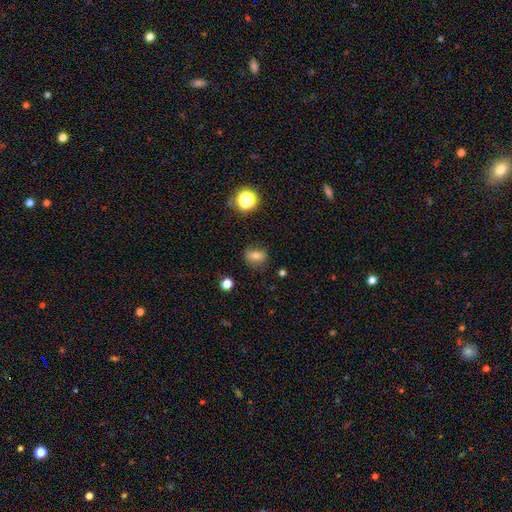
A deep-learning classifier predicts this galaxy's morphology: smooth_or_featured: smooth (p=0.72) [alt: featured or disk p=0.15]
how_rounded: in between (p=0.63) [alt: round p=0.33]
merging: none (p=0.76) [alt: minor disturbance p=0.17]